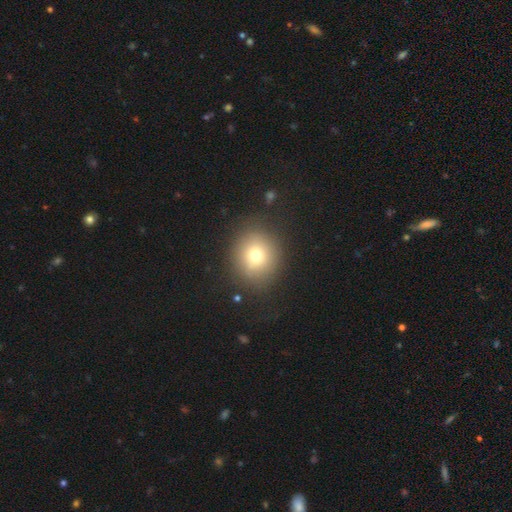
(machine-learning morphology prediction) This is likely a smooth galaxy (73%). How rounded: clearly round (83%). Merging: clearly none (84%).